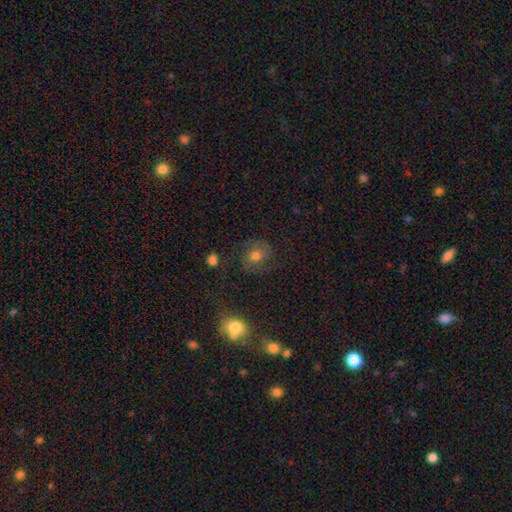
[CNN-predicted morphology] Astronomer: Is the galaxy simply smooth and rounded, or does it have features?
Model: smooth — 49% (runner-up: featured or disk, 38%).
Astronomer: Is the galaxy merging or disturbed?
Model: none — 69%.